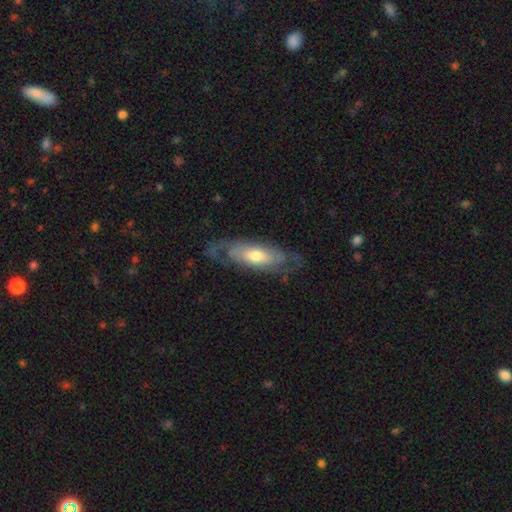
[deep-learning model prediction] Smooth or featured? featured or disk (66%)
Edge-on disk? no (80%)
Bar? no (73%)
Spiral arms? yes (75%)
Bulge size? moderate (65%)
Merging? none (66%)